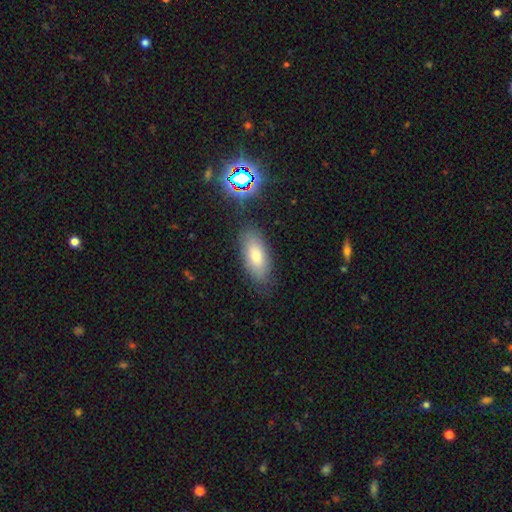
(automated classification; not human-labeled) Smooth or featured? smooth (73%)
How rounded? in between (83%)
Merging? none (81%)